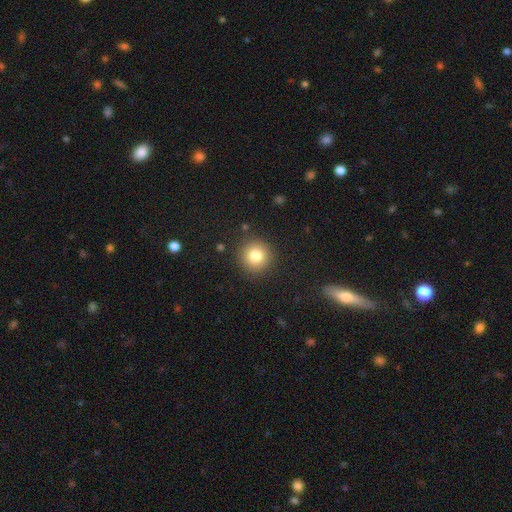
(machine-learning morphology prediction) smooth 81%, star or artifact 11%, featured or disk 8%. Down the decision tree: how rounded — round (94%); merging — none (90%).